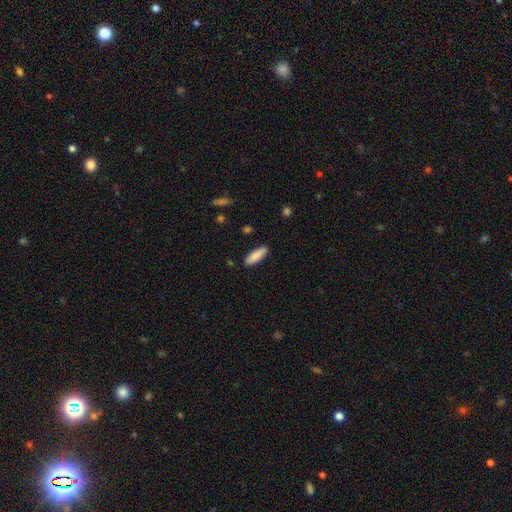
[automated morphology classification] Q: Smooth or featured?
A: smooth (87%); runner-up: featured or disk (7%)
Q: How rounded?
A: cigar-shaped (57%); runner-up: in between (41%)
Q: Merging?
A: none (88%); runner-up: minor disturbance (9%)